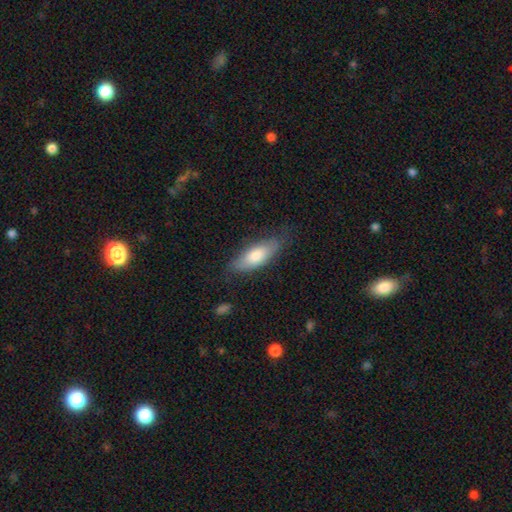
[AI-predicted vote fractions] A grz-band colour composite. It shows a smooth galaxy with no disk features (72%) that is in between round and cigar-shaped (65%). Merging: none (75%).